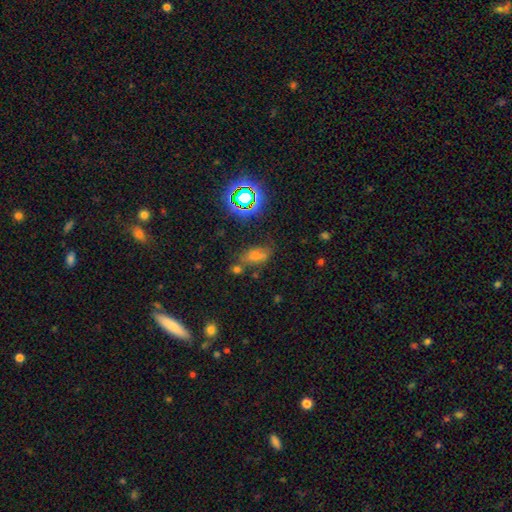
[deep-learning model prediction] Smooth or featured?
  - smooth: 50% *
  - star or artifact: 33%
  - featured or disk: 18%
Merging?
  - none: 64% *
  - minor disturbance: 18%
  - merger: 11%
  - major disturbance: 7%